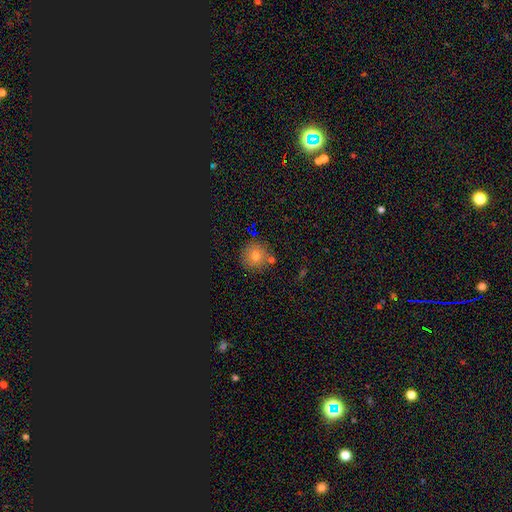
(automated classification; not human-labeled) A smooth galaxy with no disk features (71%) that is round (94%). Merging: none (81%).